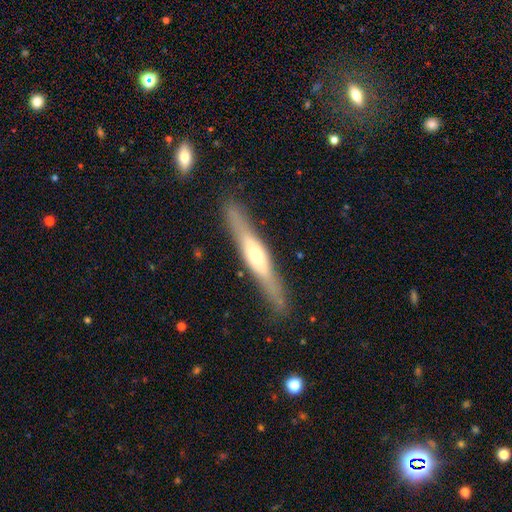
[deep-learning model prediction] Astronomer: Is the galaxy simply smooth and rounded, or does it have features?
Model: featured or disk — 67%.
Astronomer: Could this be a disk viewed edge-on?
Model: yes — 92%.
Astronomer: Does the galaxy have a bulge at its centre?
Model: rounded — 75%.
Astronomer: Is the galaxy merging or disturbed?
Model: none — 85%.